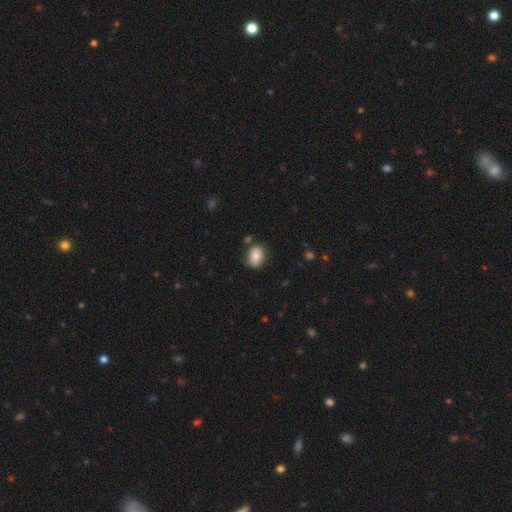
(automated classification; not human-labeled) smooth-or-featured: smooth: 75% | featured or disk: 16% | star or artifact: 8%
  how-rounded: in between: 64% | round: 35% | cigar-shaped: 1%
  merging: none: 69% | minor disturbance: 21% | major disturbance: 5% | merger: 5%